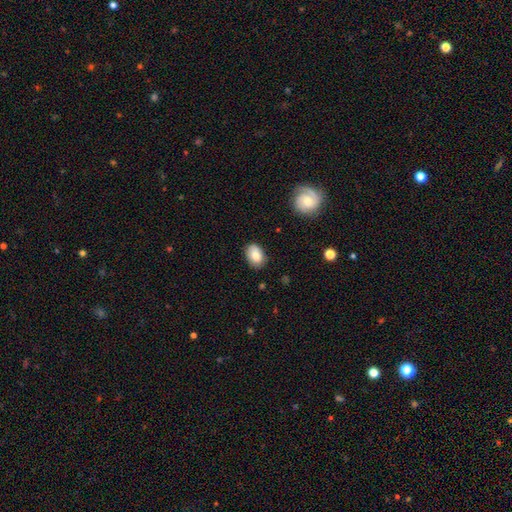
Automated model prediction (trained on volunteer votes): Morphology: type=smooth (81%); roundness=in between (81%); merging=none (82%).